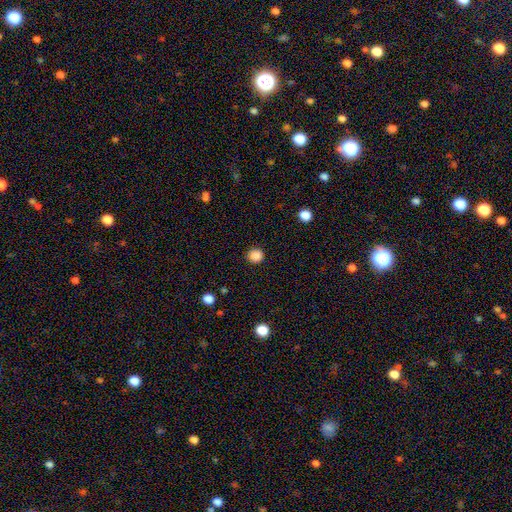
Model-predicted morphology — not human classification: Q: Smooth or featured?
A: smooth (87%); runner-up: star or artifact (11%)
Q: How rounded?
A: round (89%); runner-up: in between (10%)
Q: Merging?
A: none (91%); runner-up: minor disturbance (6%)